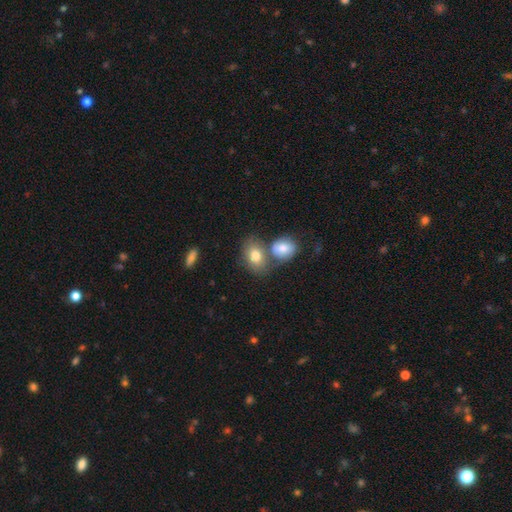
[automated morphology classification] This appears to be a smooth galaxy with no disk features (78%) that is in between round and cigar-shaped (76%). Merging: none (42%, tied with merger).